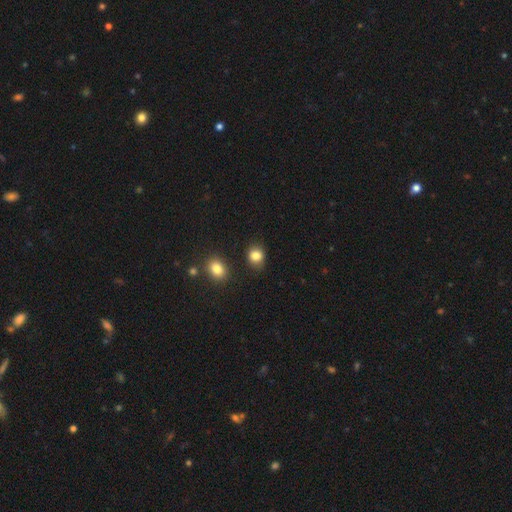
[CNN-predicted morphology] A smooth galaxy with no disk features (84%) that is round (66%). Merging: none (80%).